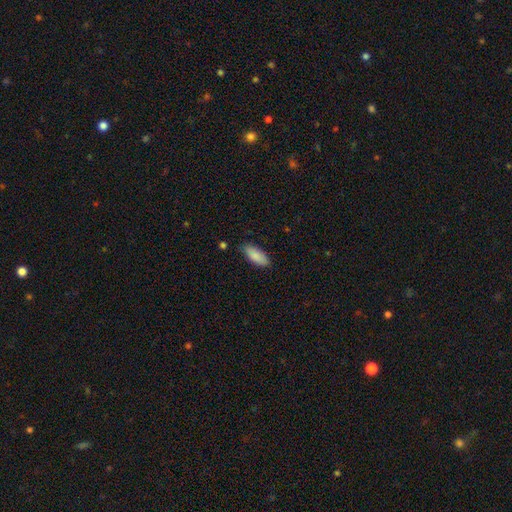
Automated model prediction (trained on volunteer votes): Smooth or featured? smooth (88%)
How rounded? in between (81%)
Merging? none (82%)